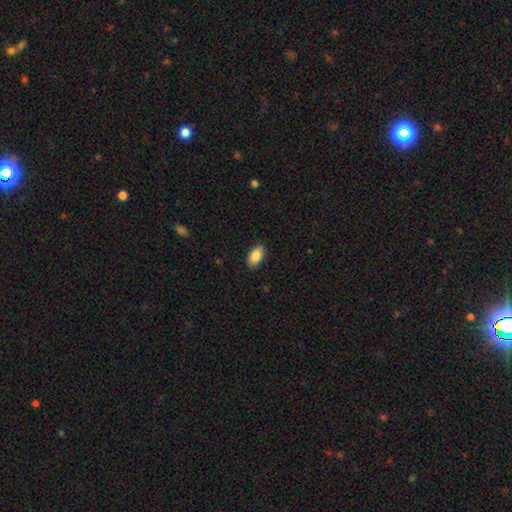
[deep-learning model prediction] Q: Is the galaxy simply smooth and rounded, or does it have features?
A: smooth — 86%.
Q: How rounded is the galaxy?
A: in between — 93%.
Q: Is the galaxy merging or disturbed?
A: none — 88%.